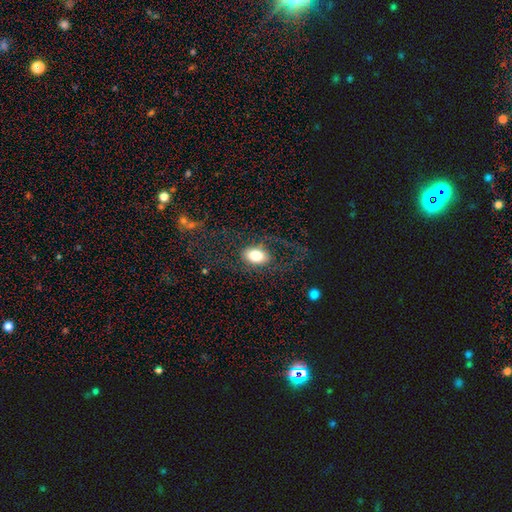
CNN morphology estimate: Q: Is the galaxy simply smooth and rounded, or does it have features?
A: smooth — 70%.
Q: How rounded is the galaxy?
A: in between — 87%.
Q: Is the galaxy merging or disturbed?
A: none — 68%.